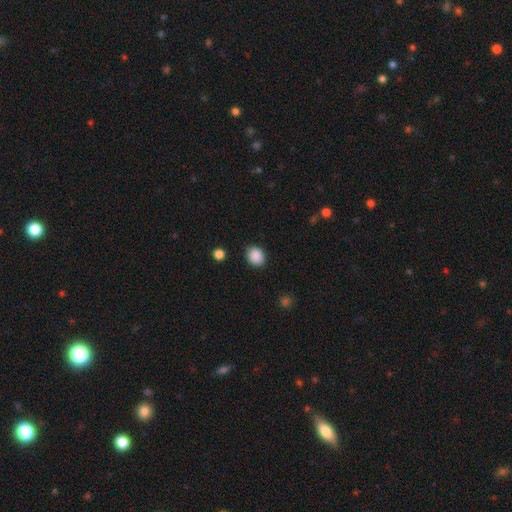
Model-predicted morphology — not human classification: Smooth or featured?
  - smooth: 89% *
  - star or artifact: 9%
  - featured or disk: 3%
How rounded?
  - round: 63% *
  - in between: 36%
  - cigar-shaped: 1%
Merging?
  - none: 89% *
  - minor disturbance: 8%
  - major disturbance: 2%
  - merger: 1%